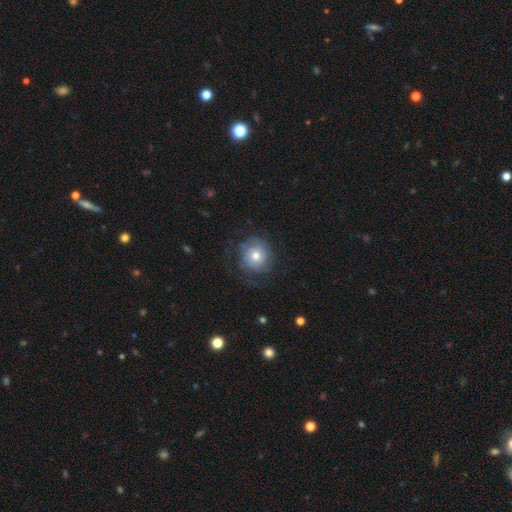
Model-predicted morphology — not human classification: This is possibly a smooth galaxy (49%). Merging: likely none (65%).